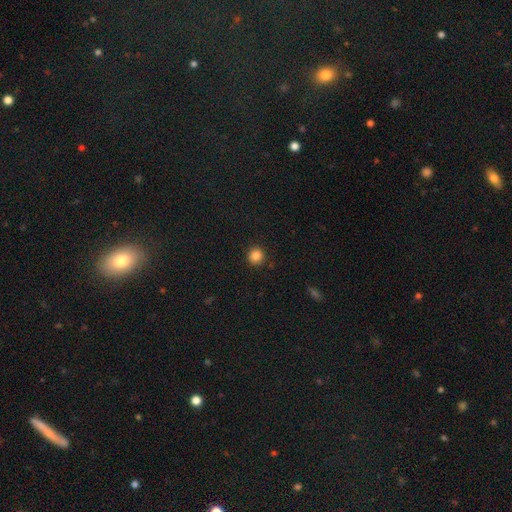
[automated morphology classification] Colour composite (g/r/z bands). It shows a smooth galaxy with no disk features (86%) that is round (94%). Merging: none (92%).